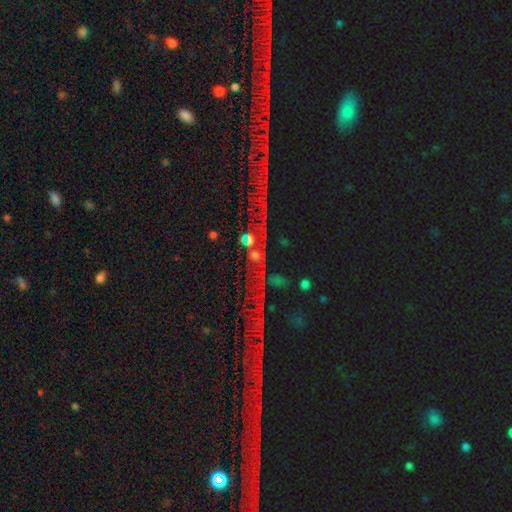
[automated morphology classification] type=star or artifact (60%).